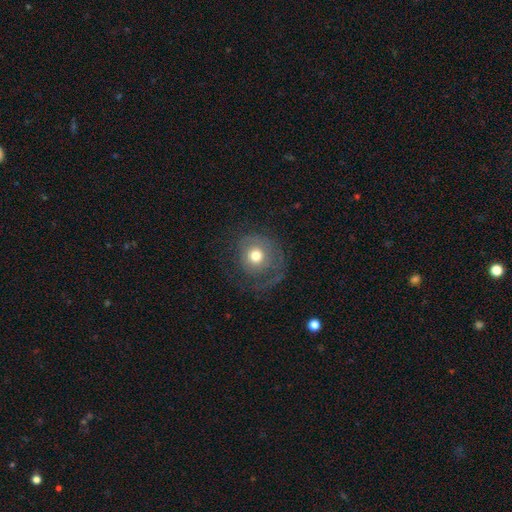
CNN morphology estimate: smooth_or_featured: smooth (p=0.56) [alt: featured or disk p=0.34]
how_rounded: round (p=0.87) [alt: in between p=0.12]
merging: none (p=0.52) [alt: major disturbance p=0.28]